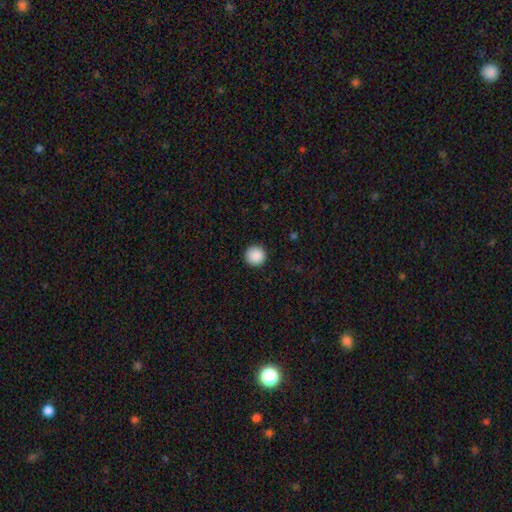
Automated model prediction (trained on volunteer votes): Q: Smooth or featured?
A: smooth (89%); runner-up: star or artifact (8%)
Q: How rounded?
A: round (96%); runner-up: in between (3%)
Q: Merging?
A: none (93%); runner-up: minor disturbance (5%)